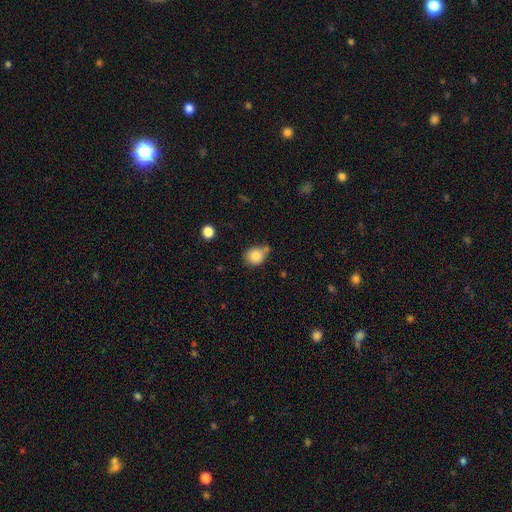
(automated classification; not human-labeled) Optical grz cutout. It shows a smooth galaxy with no disk features (85%) that is round (78%). Merging: none (59%).